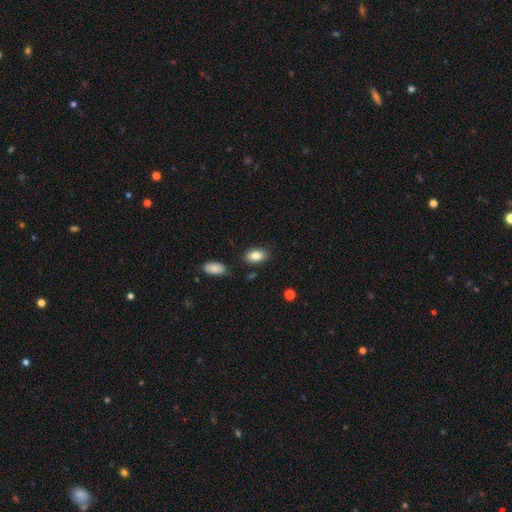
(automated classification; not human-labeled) smooth 83%, featured or disk 10%, star or artifact 8%. Down the decision tree: how rounded — in between (91%); merging — none (84%).